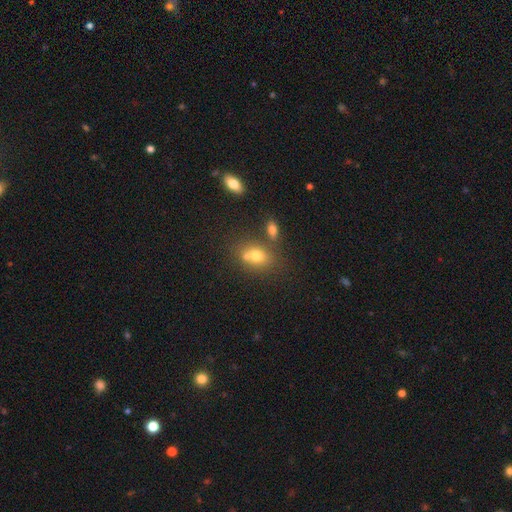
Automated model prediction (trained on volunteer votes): The model was most divided on "merging": none: 46%, merger: 37%, minor disturbance: 13%, major disturbance: 5%. More confident: smooth or featured — smooth (69%); how rounded — in between (57%).